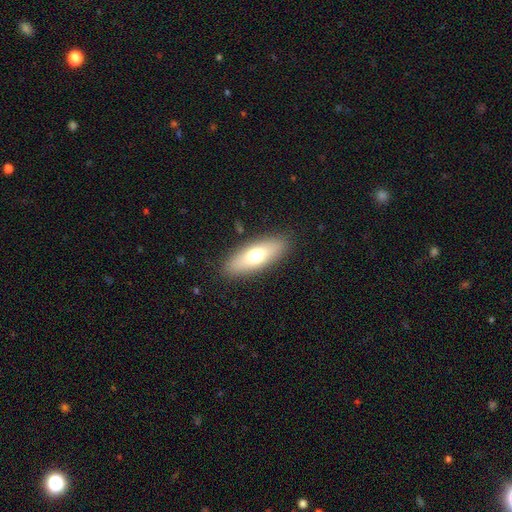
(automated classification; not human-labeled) This is likely a smooth galaxy (66%). How rounded: likely in between (65%). Merging: clearly none (88%).